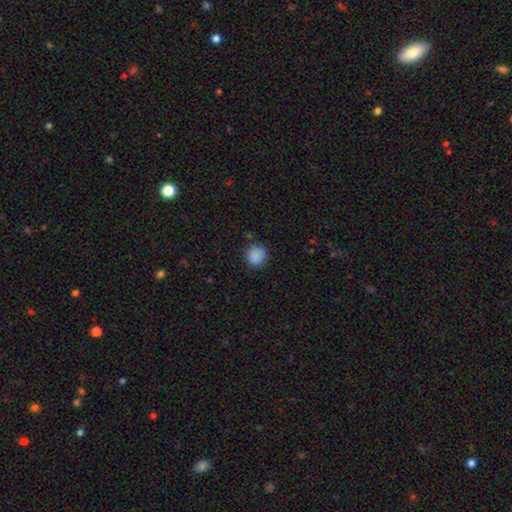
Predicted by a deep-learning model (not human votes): A smooth galaxy with no disk features (88%) that is round (86%). Merging: none (85%).